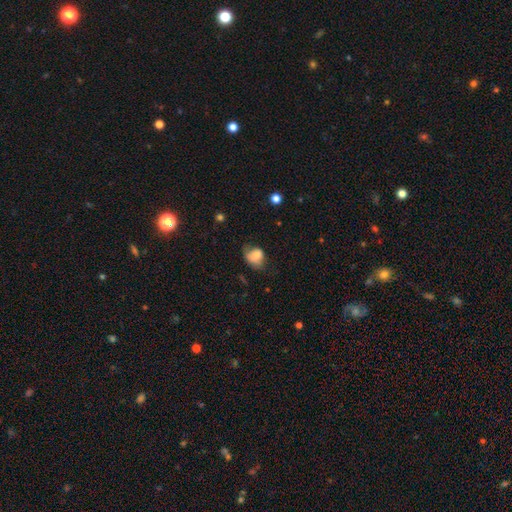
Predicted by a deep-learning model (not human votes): Q: Smooth or featured?
A: smooth (77%); runner-up: featured or disk (14%)
Q: How rounded?
A: in between (52%); runner-up: round (47%)
Q: Merging?
A: none (43%); runner-up: minor disturbance (38%)